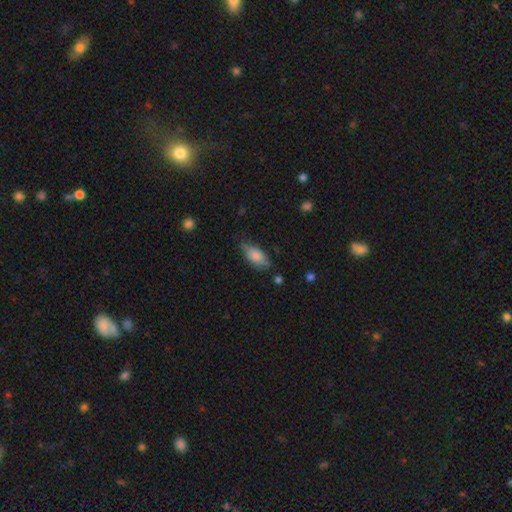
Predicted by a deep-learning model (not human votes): smooth-or-featured: smooth: 79% | featured or disk: 14% | star or artifact: 7%
  how-rounded: in between: 88% | cigar-shaped: 9% | round: 3%
  merging: none: 63% | minor disturbance: 29% | major disturbance: 6% | merger: 2%